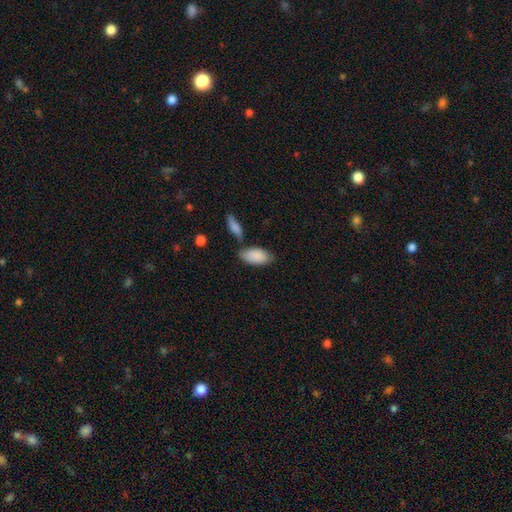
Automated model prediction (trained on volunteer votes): Smooth or featured? Predicted: smooth (p=0.88). How rounded? Predicted: in between (p=0.93). Merging? Predicted: none (p=0.64).